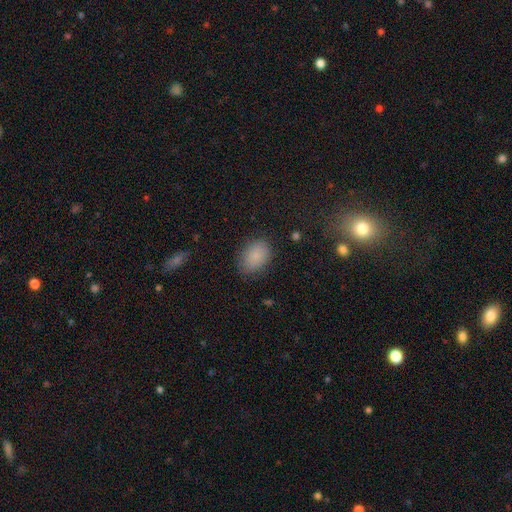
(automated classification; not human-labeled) Smooth or featured?
  - smooth: 85% *
  - star or artifact: 9%
  - featured or disk: 7%
How rounded?
  - in between: 79% *
  - round: 19%
  - cigar-shaped: 1%
Merging?
  - none: 80% *
  - minor disturbance: 14%
  - major disturbance: 4%
  - merger: 1%